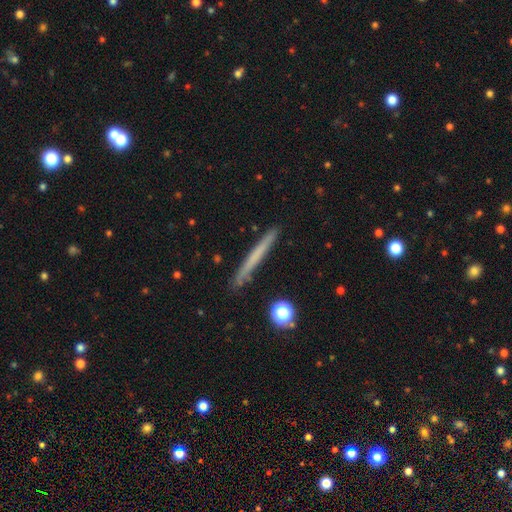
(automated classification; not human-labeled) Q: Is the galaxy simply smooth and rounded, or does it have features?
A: smooth — 55%.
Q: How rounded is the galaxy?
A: cigar-shaped — 97%.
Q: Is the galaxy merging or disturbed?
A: none — 90%.